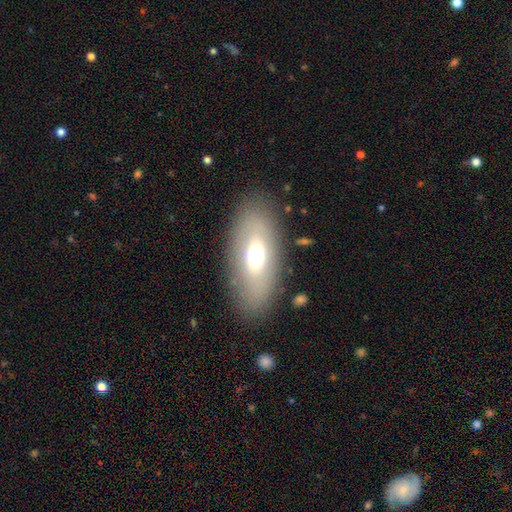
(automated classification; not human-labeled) Smooth or featured?
  - smooth: 58% *
  - featured or disk: 34%
  - star or artifact: 8%
How rounded?
  - in between: 86% *
  - cigar-shaped: 10%
  - round: 4%
Merging?
  - none: 83% *
  - minor disturbance: 10%
  - major disturbance: 4%
  - merger: 2%